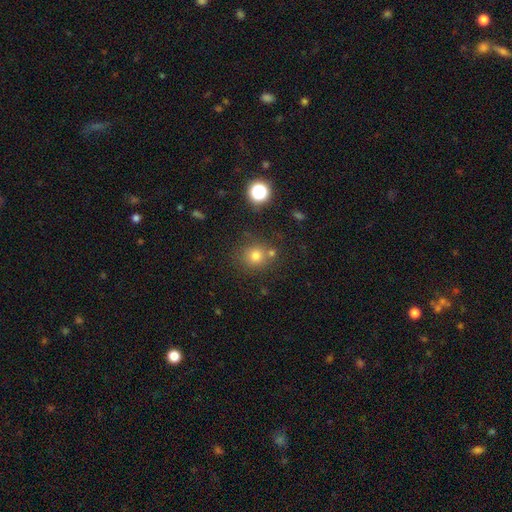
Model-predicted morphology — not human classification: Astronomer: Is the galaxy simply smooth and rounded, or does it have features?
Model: smooth — 75%.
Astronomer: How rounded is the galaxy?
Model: round — 89%.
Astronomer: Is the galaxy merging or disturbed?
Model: none — 72%.